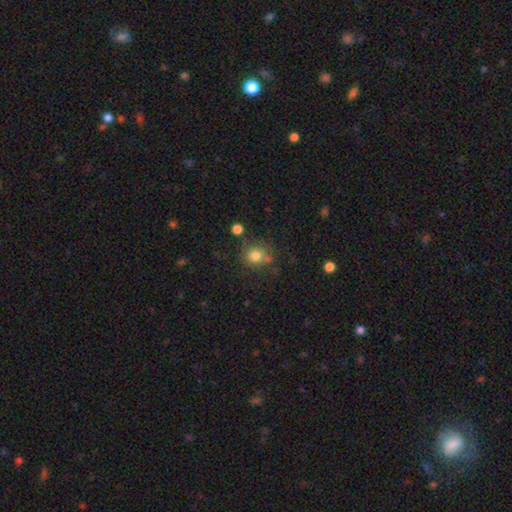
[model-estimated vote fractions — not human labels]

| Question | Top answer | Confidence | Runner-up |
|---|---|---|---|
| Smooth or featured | smooth | 79% | star or artifact (12%) |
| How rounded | round | 85% | in between (14%) |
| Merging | none | 69% | minor disturbance (16%) |